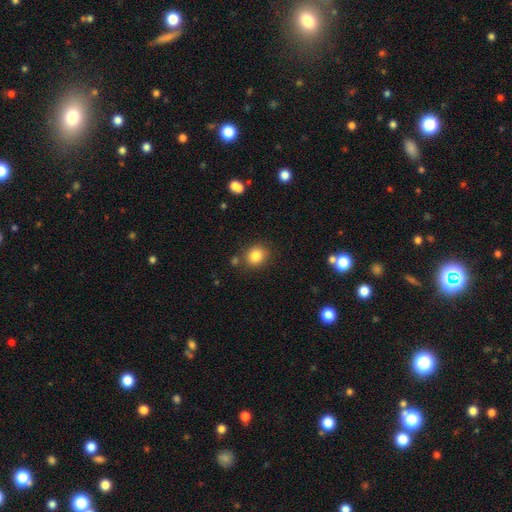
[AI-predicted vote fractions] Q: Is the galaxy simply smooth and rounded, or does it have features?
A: smooth — 84%.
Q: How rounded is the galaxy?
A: round — 75%.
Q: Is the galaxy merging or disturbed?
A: none — 81%.